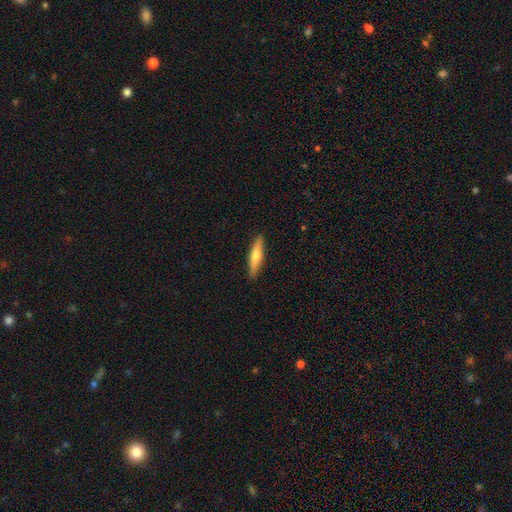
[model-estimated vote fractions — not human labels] This is possibly a smooth galaxy (58%). How rounded: clearly cigar-shaped (84%). Merging: clearly none (91%).